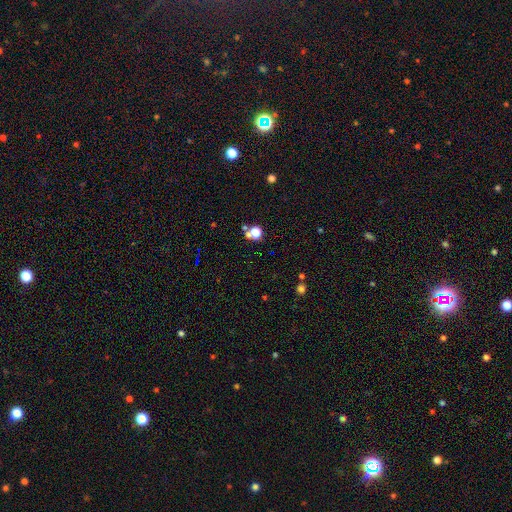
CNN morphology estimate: This appears to be a star or artifact, not a galaxy (48%).